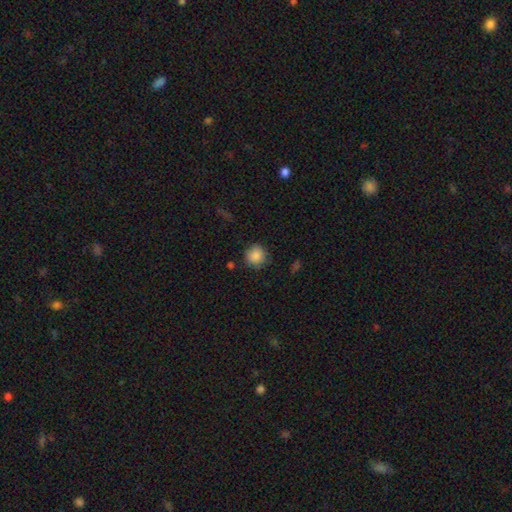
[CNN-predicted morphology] Overall: smooth (87%). How rounded: round (92%). Merging: none (83%).